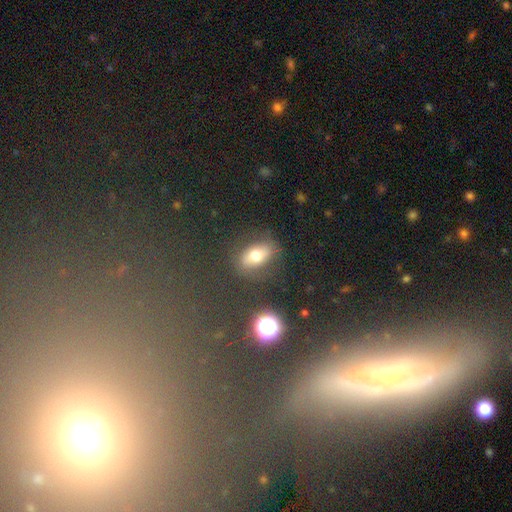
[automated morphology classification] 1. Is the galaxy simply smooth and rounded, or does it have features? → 64% smooth, 22% featured or disk, 14% star or artifact.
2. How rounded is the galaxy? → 79% in between, 16% round, 5% cigar-shaped.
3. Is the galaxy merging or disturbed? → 78% none, 14% minor disturbance, 6% major disturbance, 3% merger.